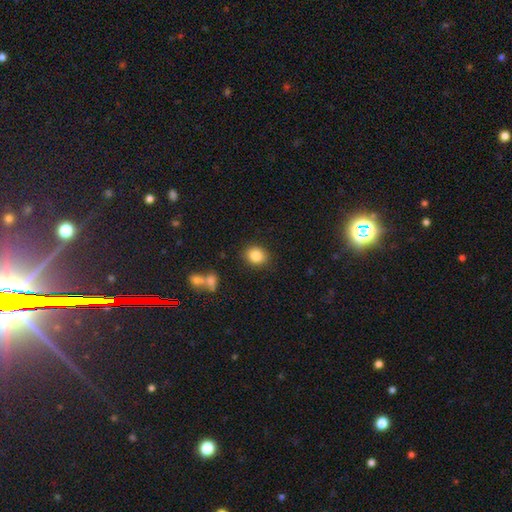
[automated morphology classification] smooth_or_featured: smooth (p=0.85) [alt: star or artifact p=0.09]
how_rounded: round (p=0.61) [alt: in between p=0.38]
merging: none (p=0.85) [alt: minor disturbance p=0.10]